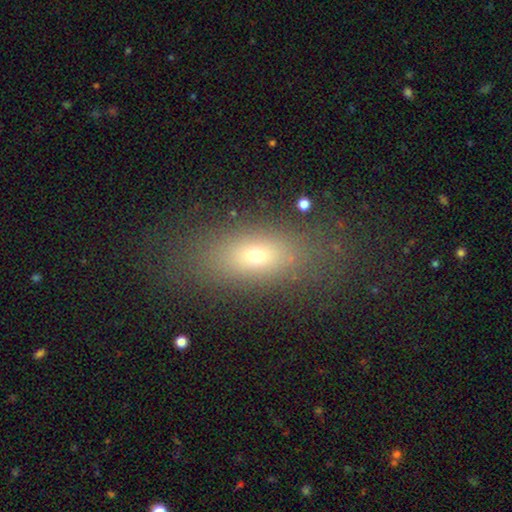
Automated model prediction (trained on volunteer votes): smooth 64%, featured or disk 20%, star or artifact 16%. Down the decision tree: how rounded — in between (70%); merging — none (81%).